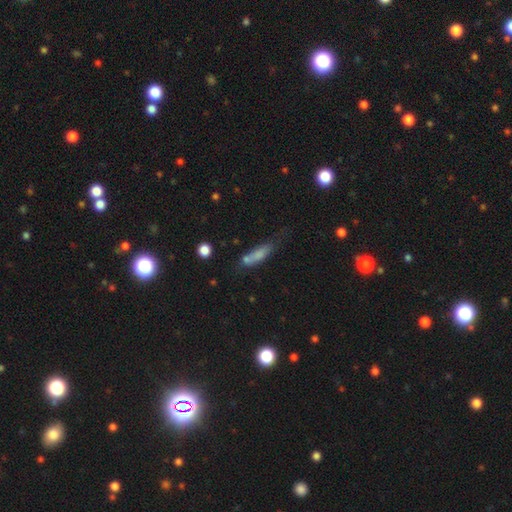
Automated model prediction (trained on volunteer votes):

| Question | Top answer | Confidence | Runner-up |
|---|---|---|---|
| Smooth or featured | smooth | 69% | featured or disk (20%) |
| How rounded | cigar-shaped | 63% | in between (34%) |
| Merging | none | 47% | minor disturbance (26%) |